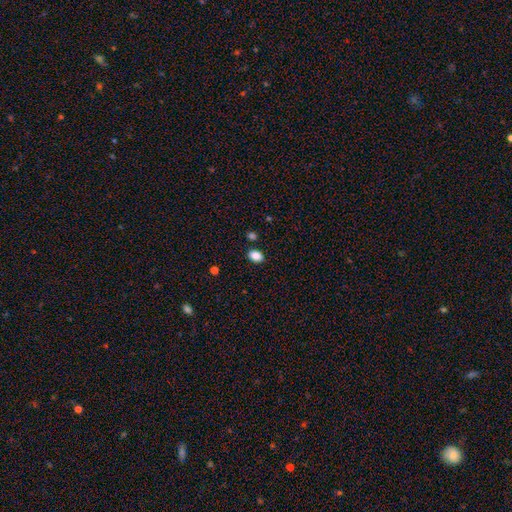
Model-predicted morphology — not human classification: Q: Smooth or featured?
A: smooth (87%); runner-up: star or artifact (9%)
Q: How rounded?
A: in between (80%); runner-up: round (19%)
Q: Merging?
A: none (86%); runner-up: minor disturbance (9%)